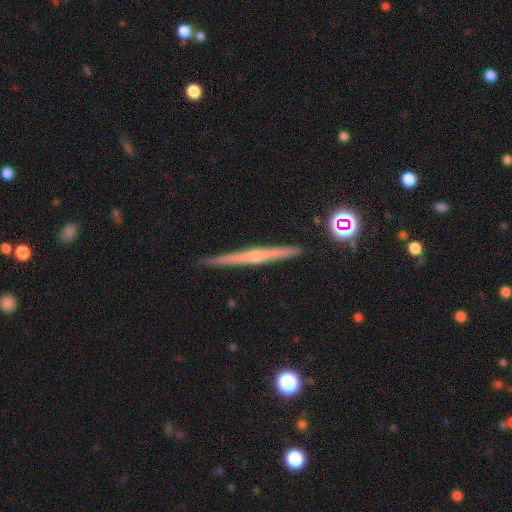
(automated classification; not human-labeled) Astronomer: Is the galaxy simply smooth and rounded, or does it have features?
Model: featured or disk — 74%.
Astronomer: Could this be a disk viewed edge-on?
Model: yes — 98%.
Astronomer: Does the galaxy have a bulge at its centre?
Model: rounded — 71%.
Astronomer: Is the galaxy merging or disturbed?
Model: none — 90%.